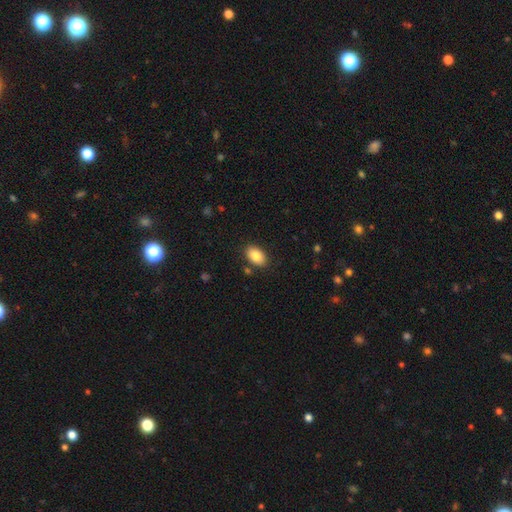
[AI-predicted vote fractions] Smooth or featured: smooth — 85% (star or artifact — 7%)
How rounded: in between — 91% (round — 7%)
Merging: none — 85% (minor disturbance — 9%)